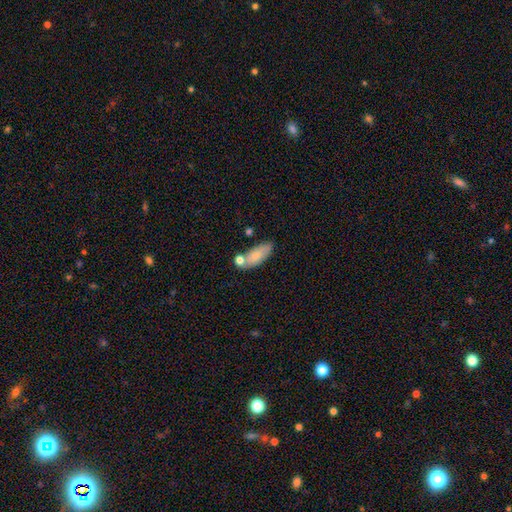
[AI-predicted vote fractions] Morphology: type=smooth (76%); roundness=in between (81%); merging=none (56%).